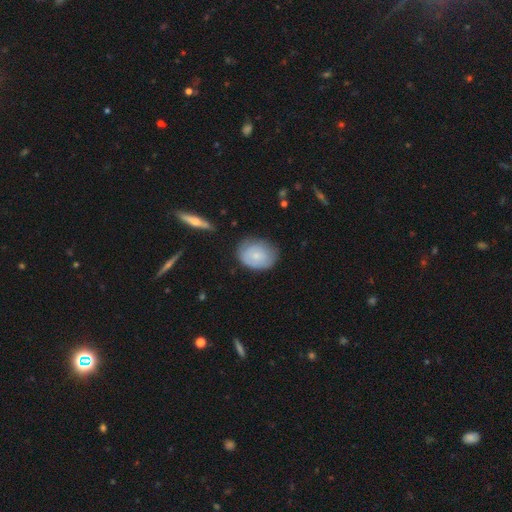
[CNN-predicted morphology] Smooth or featured? smooth (67%)
How rounded? in between (51%)
Merging? none (66%)